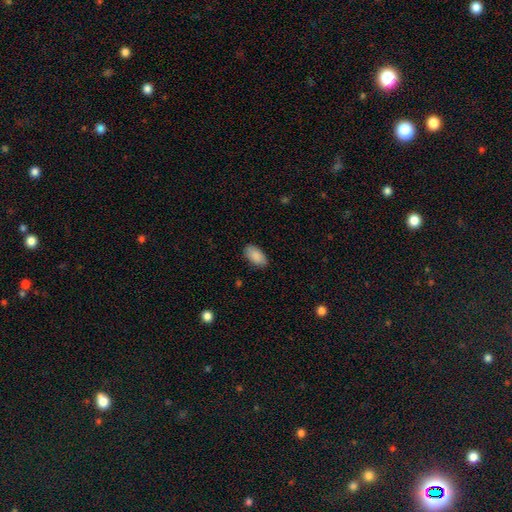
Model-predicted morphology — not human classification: type=smooth (89%); roundness=in between (94%); merging=none (84%).